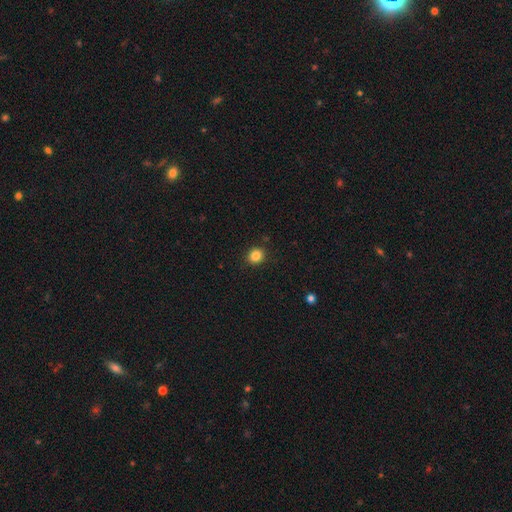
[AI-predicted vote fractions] A smooth galaxy with no disk features (85%) that is round (77%).

Vote fractions:
- Smooth or featured? smooth: 85% / star or artifact: 11% / featured or disk: 4%
- How rounded? round: 77% / in between: 22% / cigar-shaped: 1%
- Merging? none: 90% / minor disturbance: 7% / major disturbance: 2% / merger: 1%